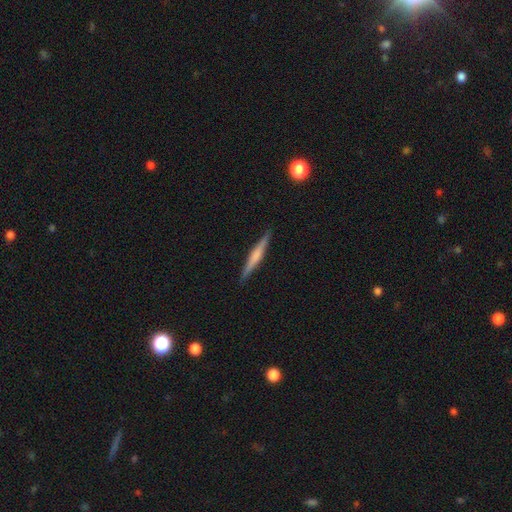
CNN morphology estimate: A featured or disk galaxy (54%) viewed edge-on (98%) with a rounded central bulge (46%). Merging: none (91%).